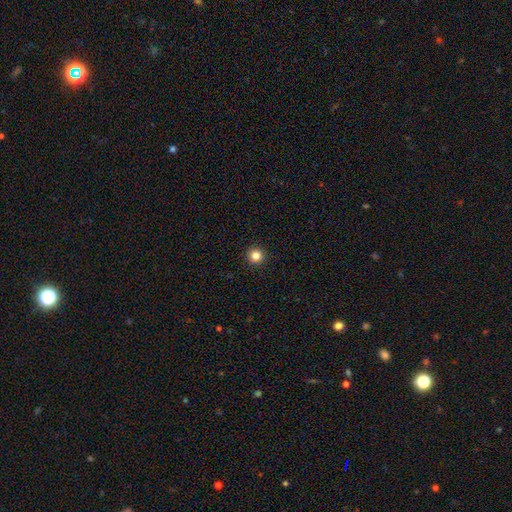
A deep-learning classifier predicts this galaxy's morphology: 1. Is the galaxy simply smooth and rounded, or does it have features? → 84% smooth, 12% star or artifact, 4% featured or disk.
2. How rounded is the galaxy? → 96% round, 3% in between, 1% cigar-shaped.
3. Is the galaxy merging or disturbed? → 94% none, 4% minor disturbance, 1% major disturbance, 1% merger.